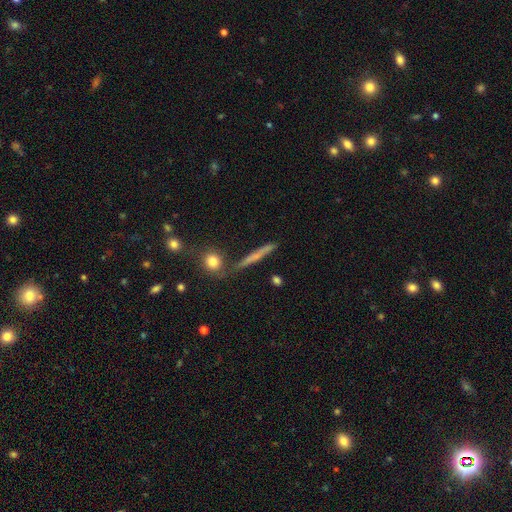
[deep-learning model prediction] Smooth or featured? Predicted: smooth (p=0.47). Merging? Predicted: none (p=0.83).